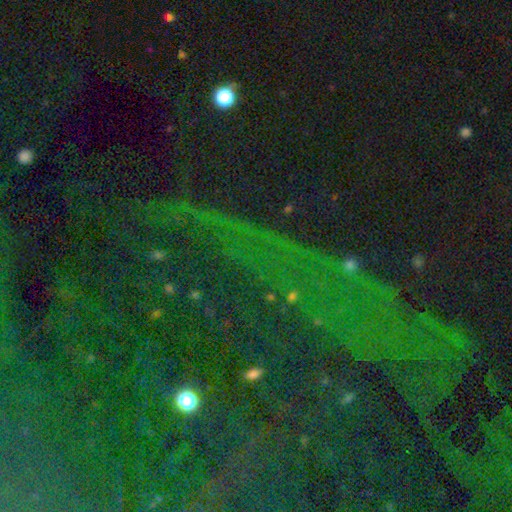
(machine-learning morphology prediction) Smooth or featured?
  - star or artifact: 80% *
  - smooth: 10%
  - featured or disk: 10%